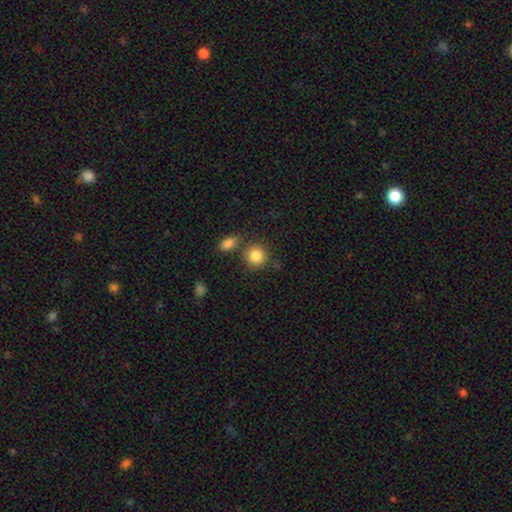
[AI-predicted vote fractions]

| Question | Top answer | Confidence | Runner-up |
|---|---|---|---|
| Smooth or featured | smooth | 86% | star or artifact (9%) |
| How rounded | round | 85% | in between (14%) |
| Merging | none | 71% | merger (16%) |